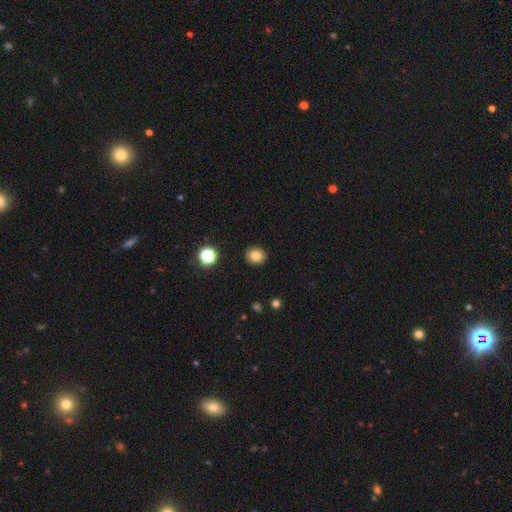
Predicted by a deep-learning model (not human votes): Smooth or featured? Predicted: smooth (p=0.80). How rounded? Predicted: round (p=0.81). Merging? Predicted: none (p=0.92).